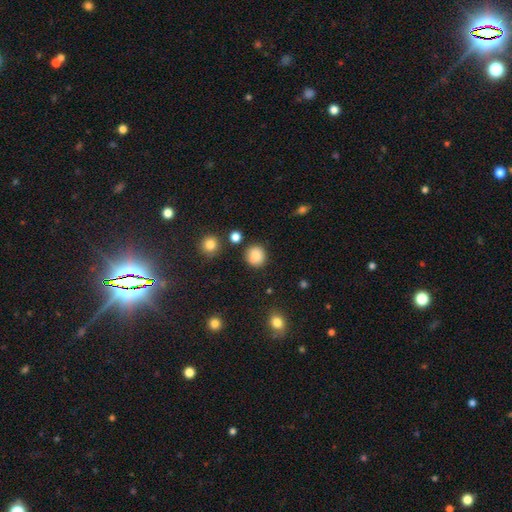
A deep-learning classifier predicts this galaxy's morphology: Smooth or featured? smooth (84%)
How rounded? round (90%)
Merging? none (85%)